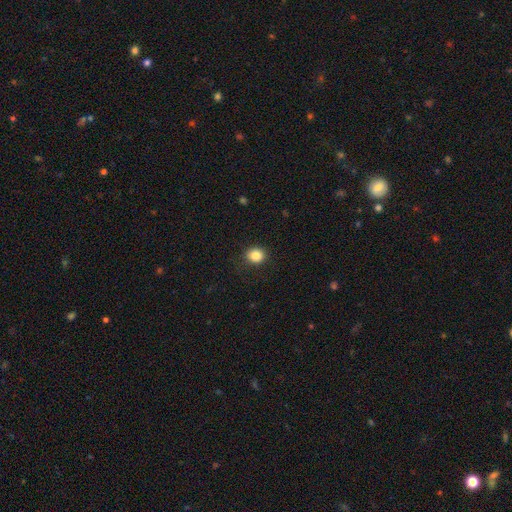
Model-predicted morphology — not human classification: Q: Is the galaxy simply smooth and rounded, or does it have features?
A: smooth — 85%.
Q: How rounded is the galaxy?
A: round — 77%.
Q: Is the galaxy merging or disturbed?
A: none — 88%.